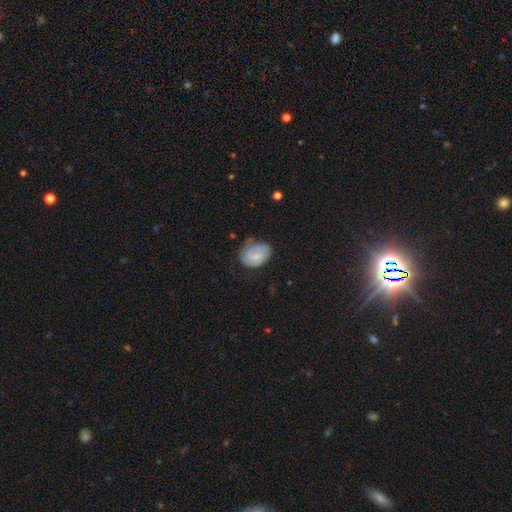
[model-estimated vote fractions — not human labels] This is possibly a smooth galaxy (46%, tied with featured or disk). Merging: possibly none (55%).